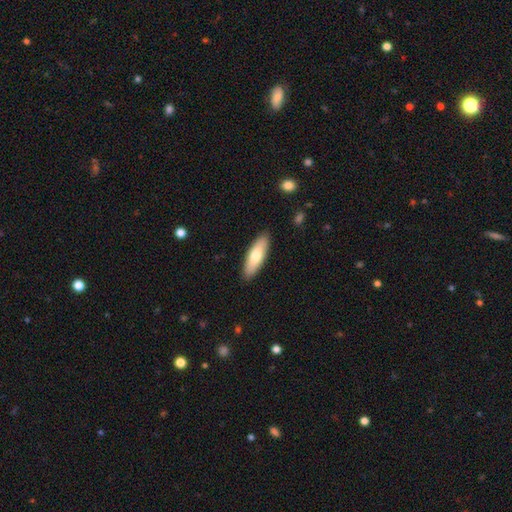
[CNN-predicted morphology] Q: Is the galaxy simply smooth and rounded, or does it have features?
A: smooth — 72%.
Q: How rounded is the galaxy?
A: in between — 54%.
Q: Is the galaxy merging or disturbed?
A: none — 89%.